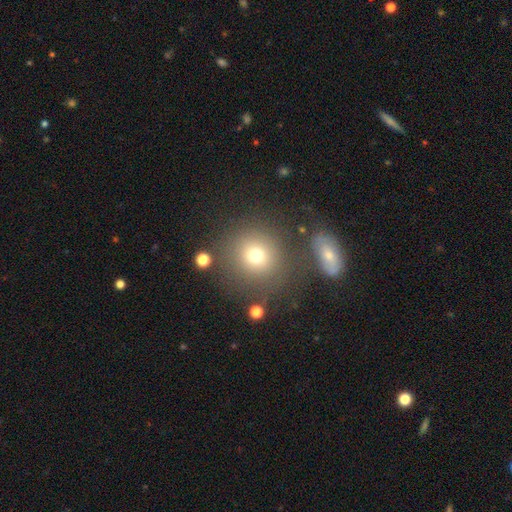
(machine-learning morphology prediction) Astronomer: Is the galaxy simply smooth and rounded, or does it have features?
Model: smooth — 74%.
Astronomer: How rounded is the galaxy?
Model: round — 90%.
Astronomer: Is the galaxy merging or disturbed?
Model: none — 77%.